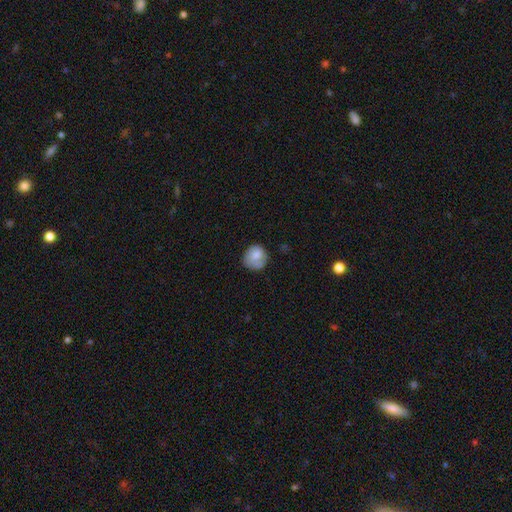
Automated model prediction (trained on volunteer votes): Overall: smooth (73%). How rounded: round (77%). Merging: none (59%; minor disturbance 27%).